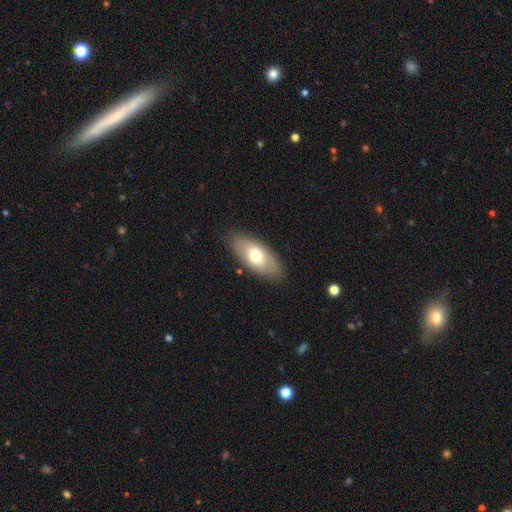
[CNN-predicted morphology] type=smooth (66%); roundness=in between (89%); merging=none (85%).